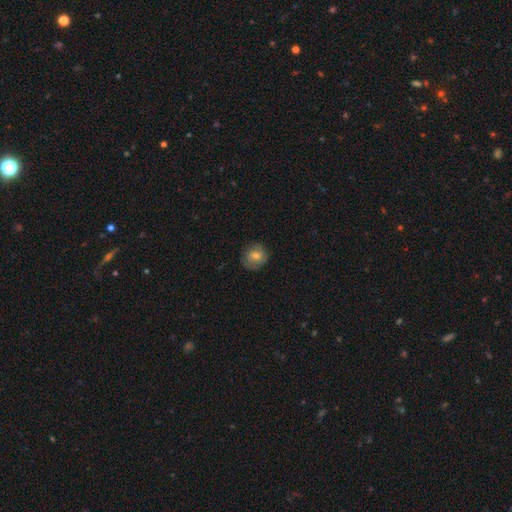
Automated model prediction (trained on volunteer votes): This is likely a smooth galaxy (64%). How rounded: clearly round (84%). Merging: clearly none (80%).